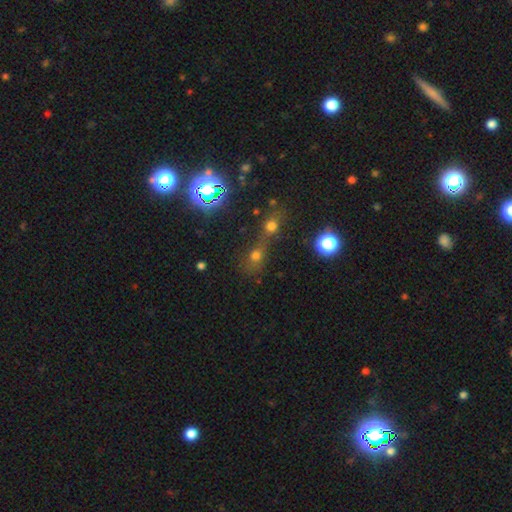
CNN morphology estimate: smooth_or_featured: smooth (p=0.60) [alt: star or artifact p=0.29]
how_rounded: round (p=0.68) [alt: in between p=0.28]
merging: merger (p=0.51) [alt: none p=0.32]